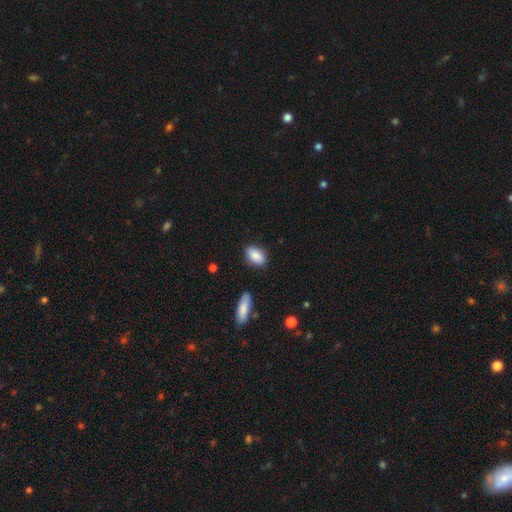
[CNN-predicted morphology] This appears to be a smooth galaxy with no disk features (87%) that is in between round and cigar-shaped (89%). Merging: none (84%).